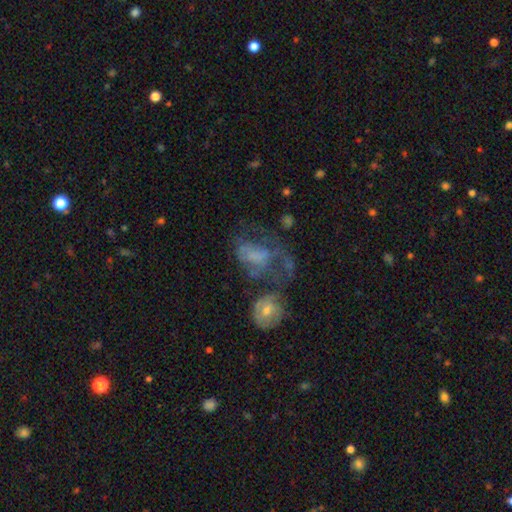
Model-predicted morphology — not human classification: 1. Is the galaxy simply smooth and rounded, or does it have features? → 45% featured or disk, 41% smooth, 14% star or artifact.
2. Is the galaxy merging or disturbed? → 39% major disturbance, 25% merger, 21% none, 15% minor disturbance.